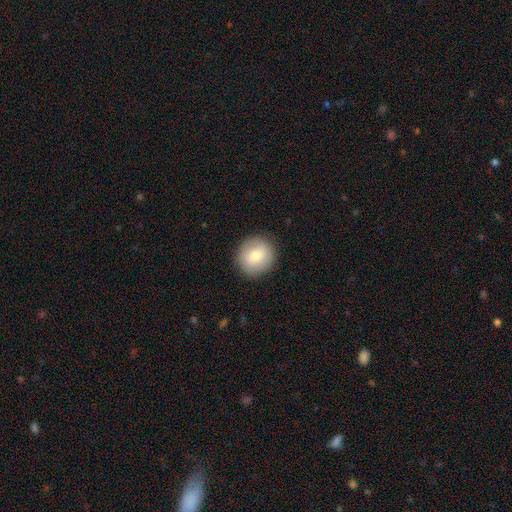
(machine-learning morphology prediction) Overall: smooth (75%). How rounded: round (88%). Merging: none (89%).